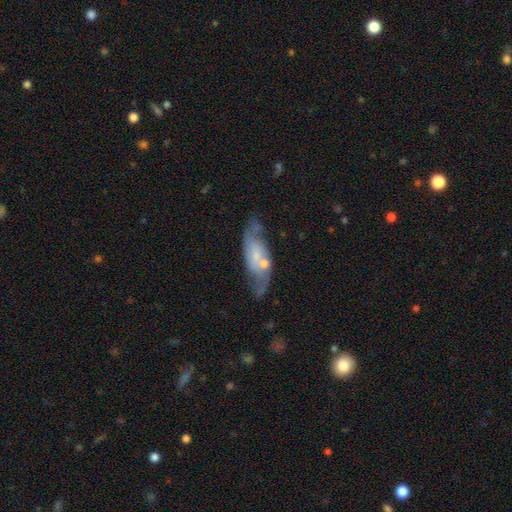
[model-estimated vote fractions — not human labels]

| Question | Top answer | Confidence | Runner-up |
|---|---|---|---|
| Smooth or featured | featured or disk | 66% | smooth (26%) |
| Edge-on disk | no | 84% | yes (16%) |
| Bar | no | 54% | weak (37%) |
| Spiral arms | yes | 84% | no (16%) |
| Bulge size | small | 58% | moderate (27%) |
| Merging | none | 58% | minor disturbance (21%) |